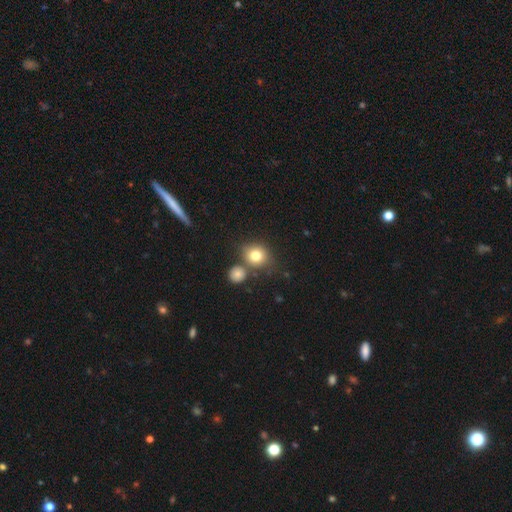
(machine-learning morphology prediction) Smooth or featured: smooth — 78% (star or artifact — 11%)
How rounded: round — 75% (in between — 24%)
Merging: none — 65% (merger — 19%)